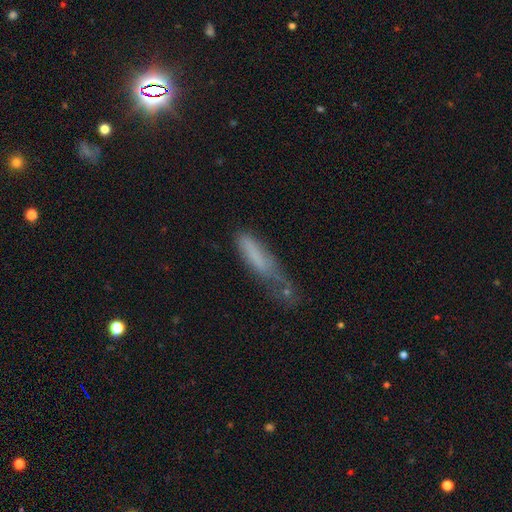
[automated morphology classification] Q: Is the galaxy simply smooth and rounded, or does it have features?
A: smooth — 68%.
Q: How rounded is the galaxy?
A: cigar-shaped — 75%.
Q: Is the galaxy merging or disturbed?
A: minor disturbance — 29%, tied with major disturbance and none.